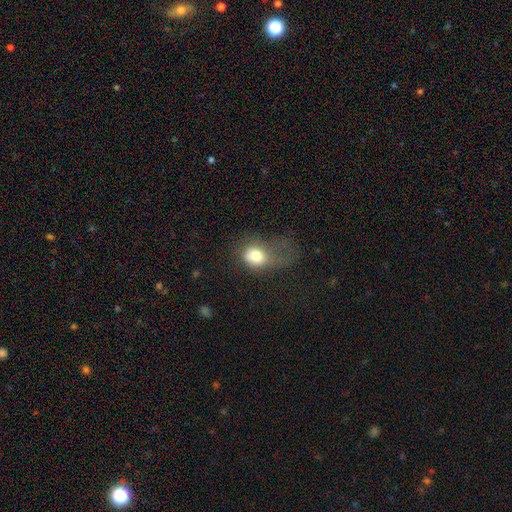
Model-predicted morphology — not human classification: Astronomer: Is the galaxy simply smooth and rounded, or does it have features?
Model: smooth — 76%.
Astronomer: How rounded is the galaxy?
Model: in between — 61% (runner-up: round, 37%).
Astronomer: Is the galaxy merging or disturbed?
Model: major disturbance — 53%.